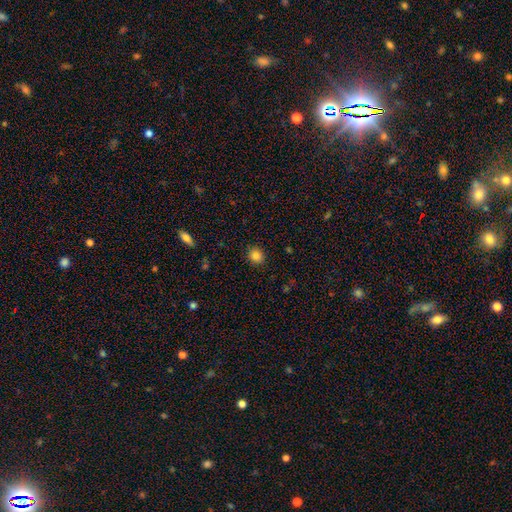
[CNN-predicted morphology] Smooth or featured: smooth — 84% (star or artifact — 11%)
How rounded: round — 79% (in between — 20%)
Merging: none — 90% (minor disturbance — 7%)